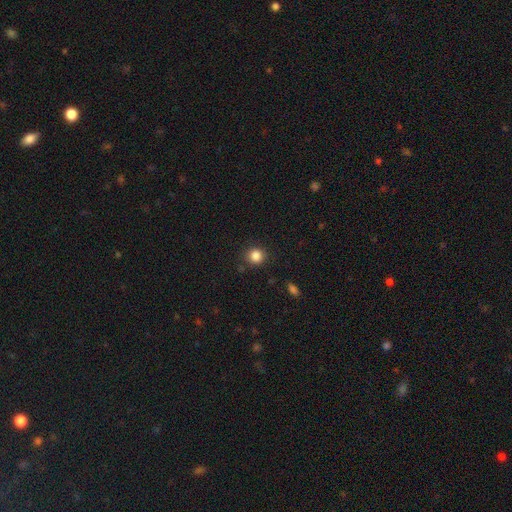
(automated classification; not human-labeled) smooth 85%, star or artifact 11%, featured or disk 4%. Down the decision tree: how rounded — round (89%); merging — none (87%).